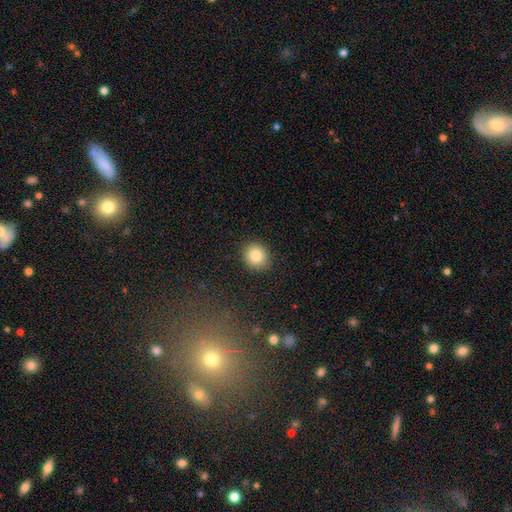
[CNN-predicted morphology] type=smooth (84%); roundness=round (86%); merging=none (90%).